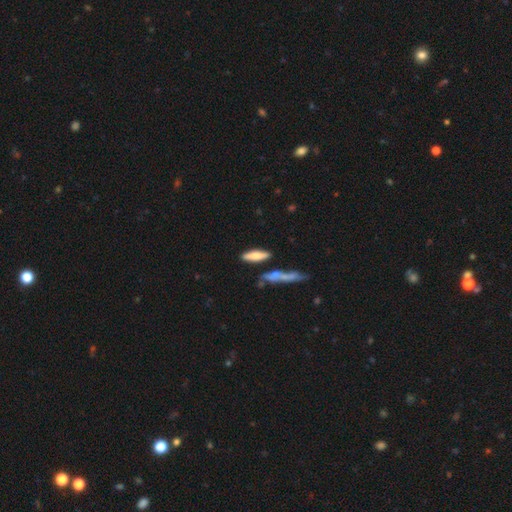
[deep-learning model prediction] smooth 71%, featured or disk 22%, star or artifact 7%. Down the decision tree: how rounded — cigar-shaped (60%); merging — none (72%).